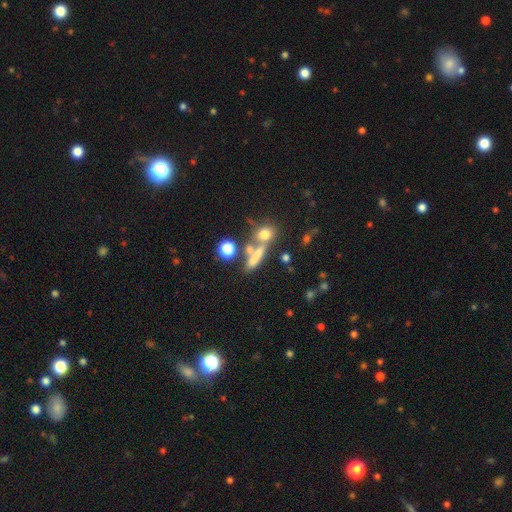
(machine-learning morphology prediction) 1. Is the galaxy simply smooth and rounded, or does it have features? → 56% smooth, 22% star or artifact, 22% featured or disk.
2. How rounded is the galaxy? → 53% cigar-shaped, 24% in between, 23% round.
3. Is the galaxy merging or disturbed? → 53% none, 27% merger, 12% minor disturbance, 8% major disturbance.